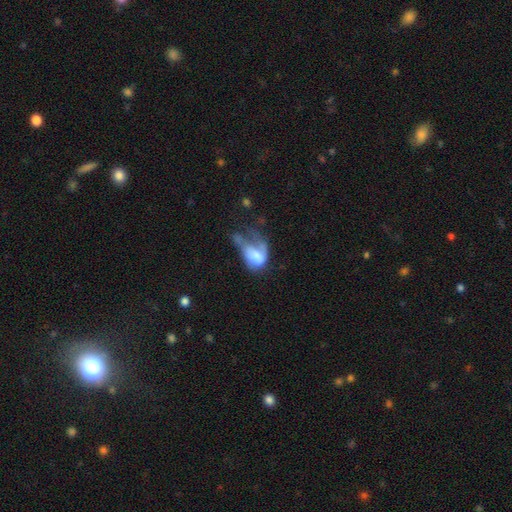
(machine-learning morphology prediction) Smooth or featured?
  - smooth: 56% *
  - featured or disk: 36%
  - star or artifact: 9%
How rounded?
  - in between: 83% *
  - round: 15%
  - cigar-shaped: 2%
Merging?
  - major disturbance: 56% *
  - minor disturbance: 17%
  - merger: 15%
  - none: 12%